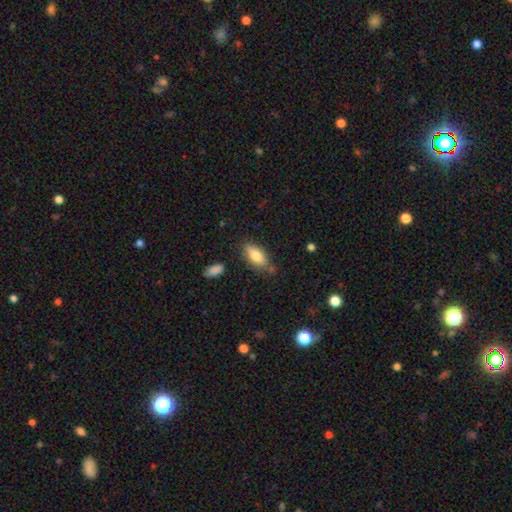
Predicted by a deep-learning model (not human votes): smooth-or-featured: smooth: 80% | featured or disk: 13% | star or artifact: 7%
  how-rounded: in between: 86% | cigar-shaped: 11% | round: 3%
  merging: none: 73% | minor disturbance: 18% | merger: 5% | major disturbance: 4%